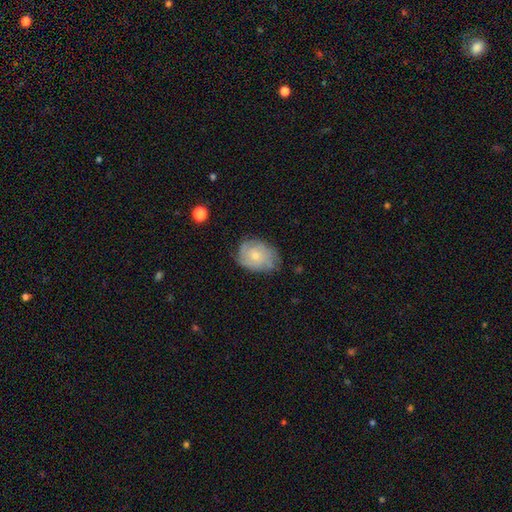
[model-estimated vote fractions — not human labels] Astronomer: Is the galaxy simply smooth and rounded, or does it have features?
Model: featured or disk — 51% (runner-up: smooth, 41%).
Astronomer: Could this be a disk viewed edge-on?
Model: no — 97%.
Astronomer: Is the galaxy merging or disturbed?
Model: none — 64%.